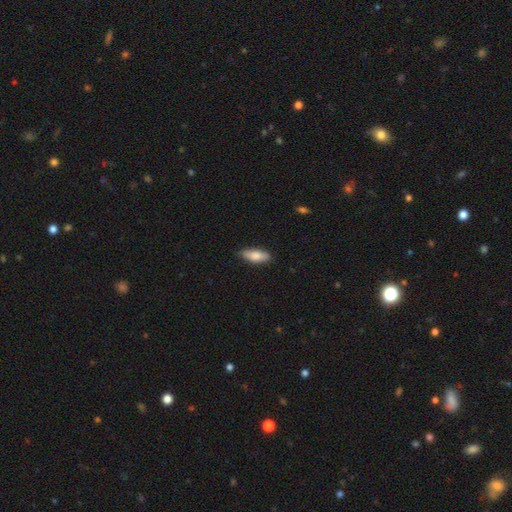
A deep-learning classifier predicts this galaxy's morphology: type=smooth (80%); roundness=in between (69%); merging=none (83%).